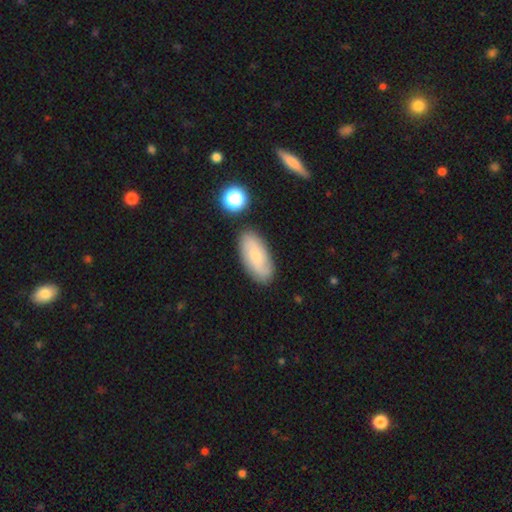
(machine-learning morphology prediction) Smooth or featured: smooth — 60% (featured or disk — 32%)
How rounded: in between — 88% (cigar-shaped — 8%)
Merging: none — 82% (minor disturbance — 12%)